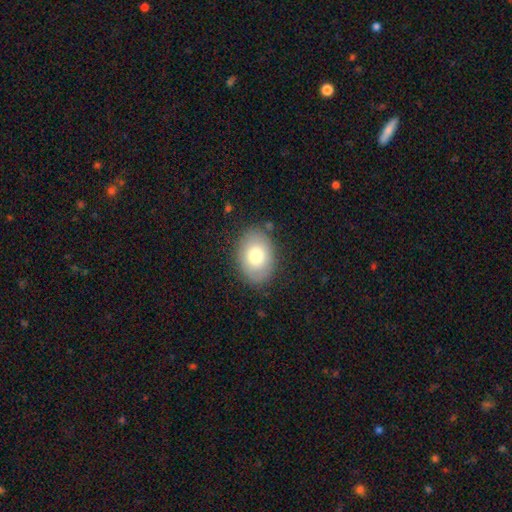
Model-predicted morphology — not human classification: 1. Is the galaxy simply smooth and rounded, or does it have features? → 75% smooth, 17% featured or disk, 8% star or artifact.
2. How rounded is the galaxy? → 73% in between, 26% round, 1% cigar-shaped.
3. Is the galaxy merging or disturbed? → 83% none, 12% minor disturbance, 4% major disturbance, 2% merger.